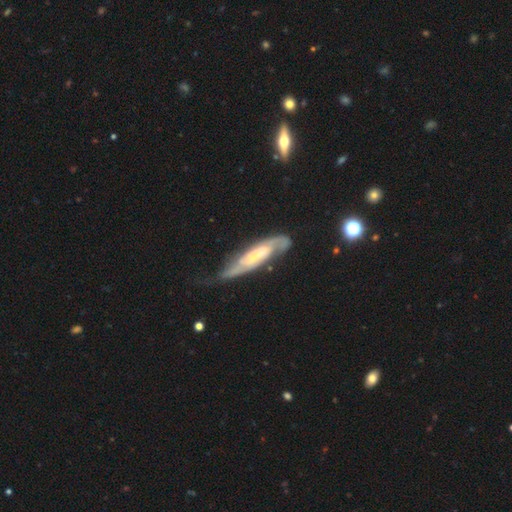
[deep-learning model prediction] This appears to be a featured or disk galaxy (74%) with no bar (45%), spiral arms (90%) and a moderate central bulge (31%). Merging: none (50%).